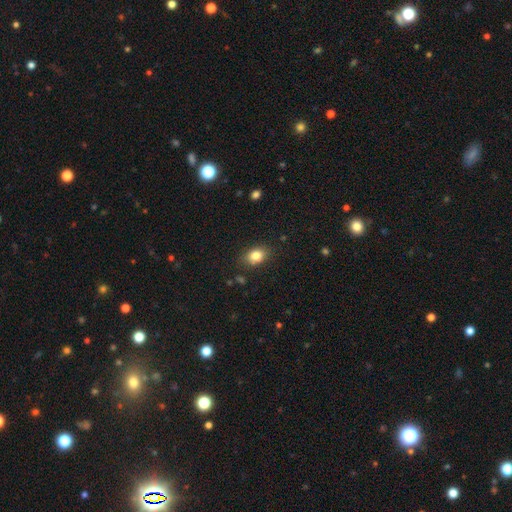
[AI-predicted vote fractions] Q: Smooth or featured?
A: smooth (82%); runner-up: star or artifact (10%)
Q: How rounded?
A: in between (70%); runner-up: round (29%)
Q: Merging?
A: none (82%); runner-up: minor disturbance (13%)